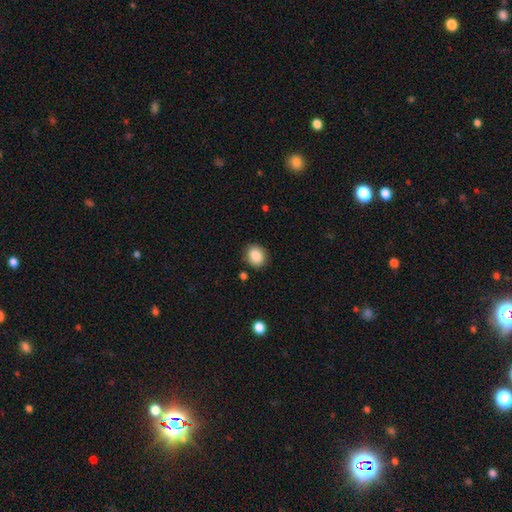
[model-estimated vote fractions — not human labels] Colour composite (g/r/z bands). It shows a smooth galaxy with no disk features (87%) that is round (65%). Merging: none (86%).